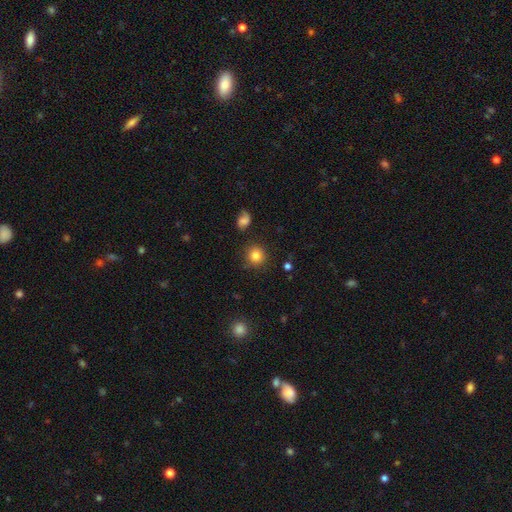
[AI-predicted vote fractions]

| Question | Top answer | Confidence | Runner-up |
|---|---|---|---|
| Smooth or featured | smooth | 82% | star or artifact (11%) |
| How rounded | round | 92% | in between (7%) |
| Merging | none | 87% | minor disturbance (8%) |